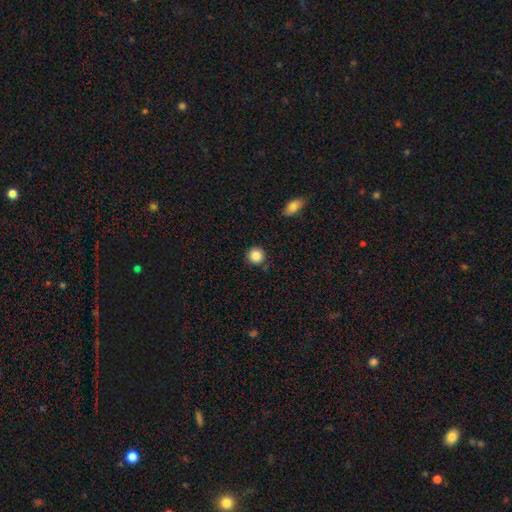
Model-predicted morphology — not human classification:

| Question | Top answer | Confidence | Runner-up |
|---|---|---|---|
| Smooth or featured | smooth | 86% | star or artifact (9%) |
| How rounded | round | 93% | in between (6%) |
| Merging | none | 86% | minor disturbance (9%) |